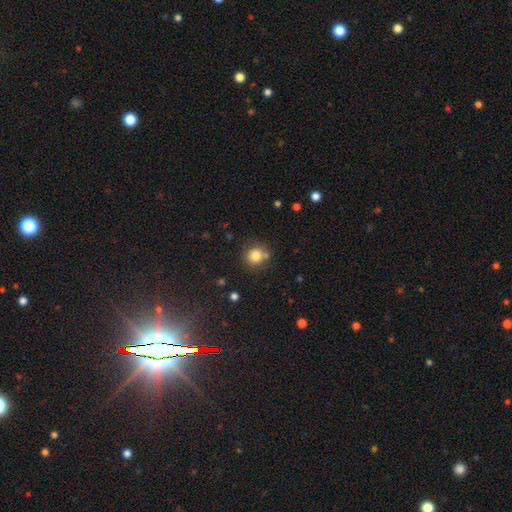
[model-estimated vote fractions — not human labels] Overall: smooth (81%). How rounded: round (89%). Merging: none (75%).